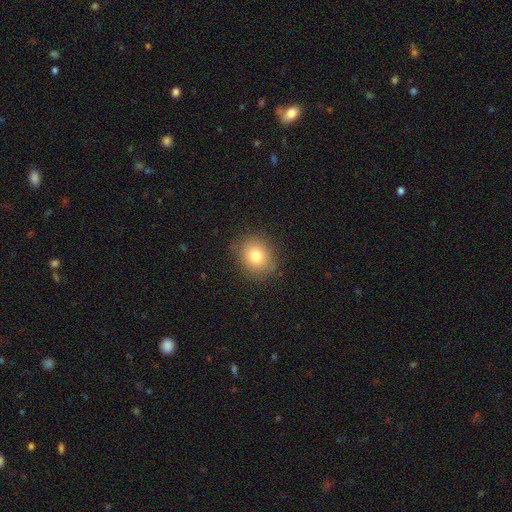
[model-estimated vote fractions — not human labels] This is likely a smooth galaxy (78%). How rounded: likely round (75%). Merging: clearly none (84%).